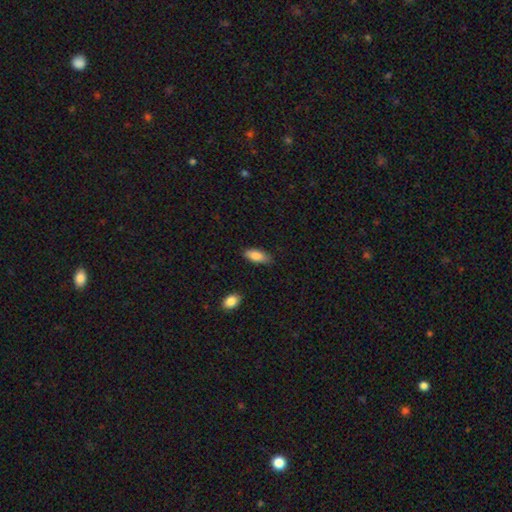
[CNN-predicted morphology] Overall: smooth (84%). How rounded: in between (81%). Merging: none (81%).